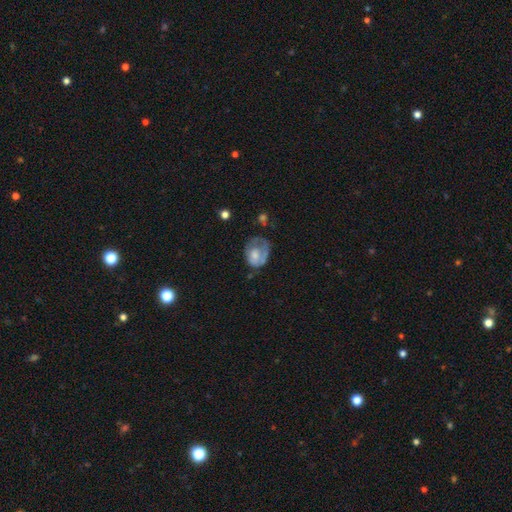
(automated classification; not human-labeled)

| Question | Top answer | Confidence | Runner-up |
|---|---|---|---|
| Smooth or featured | smooth | 48% | featured or disk (44%) |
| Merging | none | 34% | tied: major disturbance (34%) |